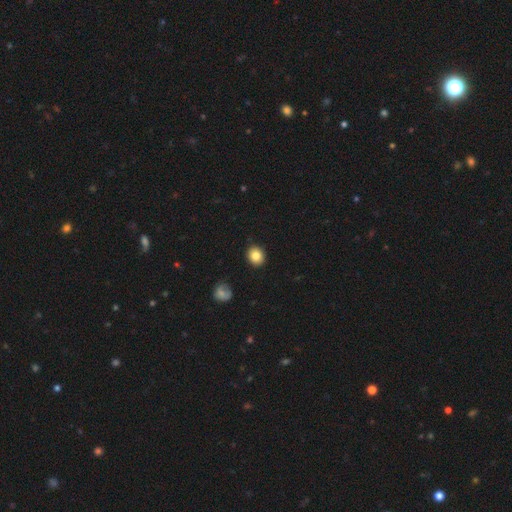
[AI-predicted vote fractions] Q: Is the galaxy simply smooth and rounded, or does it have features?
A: smooth — 84%.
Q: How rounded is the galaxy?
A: round — 66%.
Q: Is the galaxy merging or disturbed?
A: none — 89%.